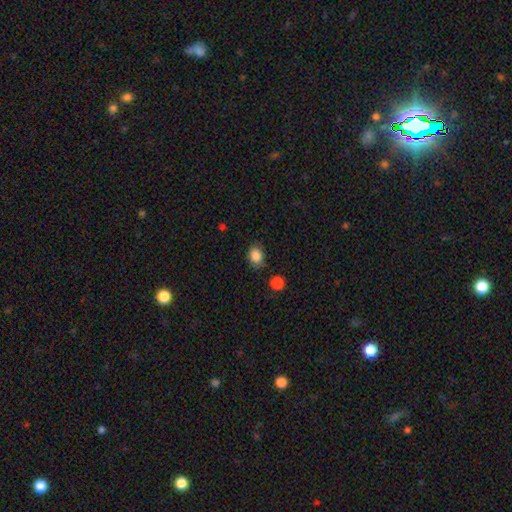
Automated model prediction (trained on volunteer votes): Smooth or featured?
  - smooth: 86% *
  - star or artifact: 10%
  - featured or disk: 4%
How rounded?
  - in between: 61% *
  - round: 38%
  - cigar-shaped: 1%
Merging?
  - none: 78% *
  - minor disturbance: 15%
  - major disturbance: 4%
  - merger: 3%